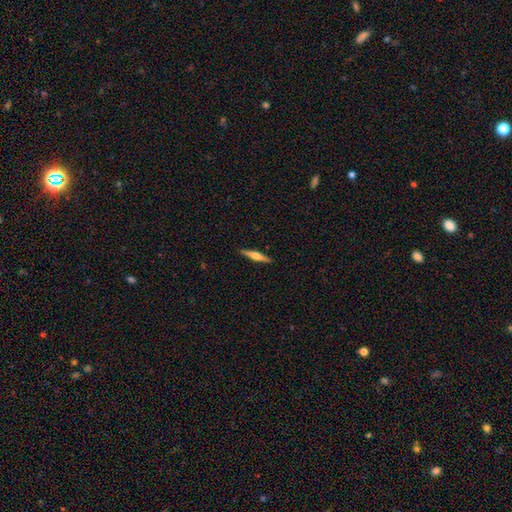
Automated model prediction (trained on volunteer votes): The model was most divided on "smooth or featured": featured or disk: 56%, smooth: 38%, star or artifact: 6%. More confident: edge-on disk — yes (97%); merging — none (91%); edge-on bulge — rounded (88%).